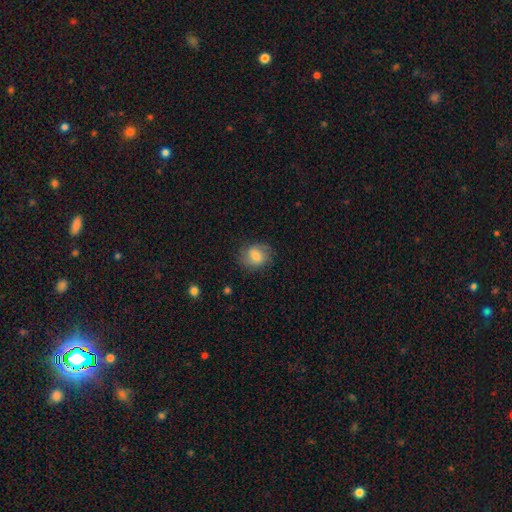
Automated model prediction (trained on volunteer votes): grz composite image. It shows a smooth galaxy with no disk features (70%) that is round (56%). Merging: none (75%).